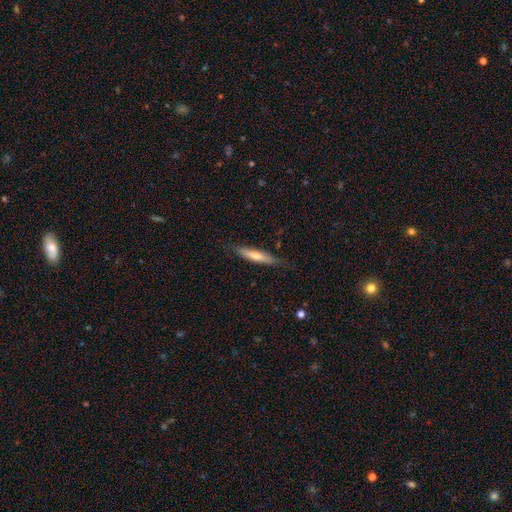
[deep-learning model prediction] Smooth or featured?
  - smooth: 52% *
  - featured or disk: 42%
  - star or artifact: 6%
How rounded?
  - cigar-shaped: 89% *
  - in between: 10%
  - round: 1%
Merging?
  - none: 79% *
  - minor disturbance: 16%
  - major disturbance: 3%
  - merger: 1%